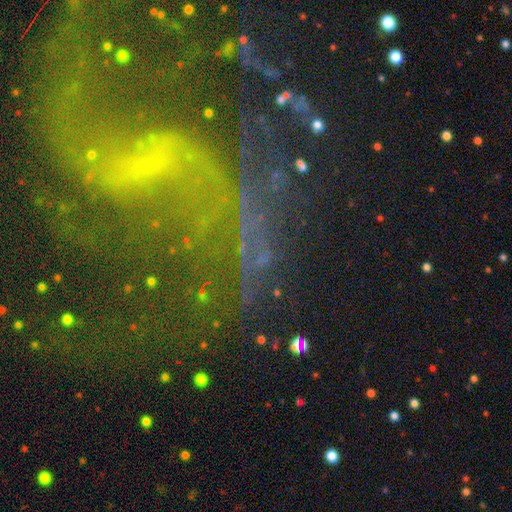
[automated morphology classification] smooth-or-featured: star or artifact: 50% | featured or disk: 35% | smooth: 15%